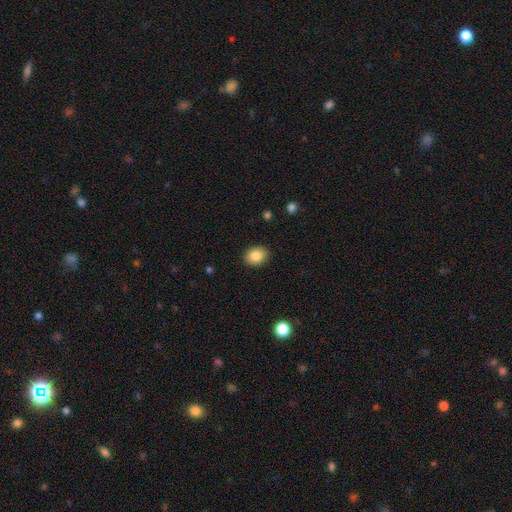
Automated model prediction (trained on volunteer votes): This appears to be a smooth galaxy with no disk features (86%) that is in between round and cigar-shaped (52%). Merging: none (90%).